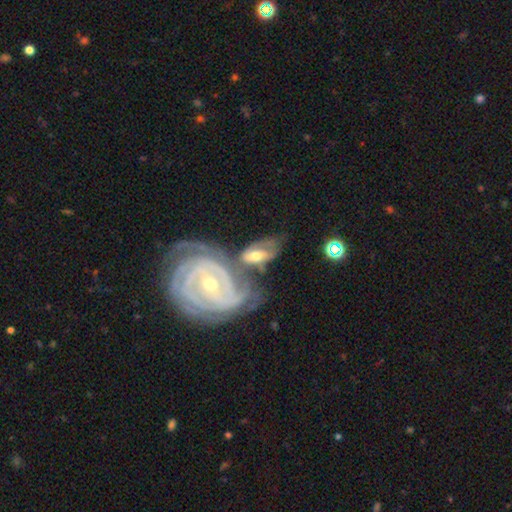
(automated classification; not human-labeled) This appears to be a featured or disk galaxy (69%) with no bar (56%), 2 (36%) tight (59%) spiral arms (83%) and a moderate central bulge (59%). Merging: merger (41%).